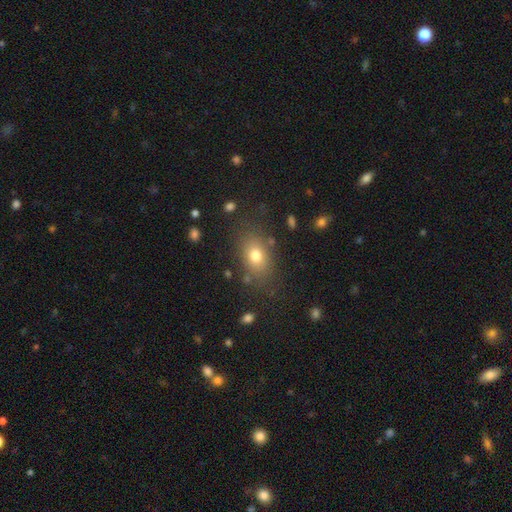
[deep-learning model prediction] Smooth or featured? smooth (75%)
How rounded? in between (74%)
Merging? none (79%)